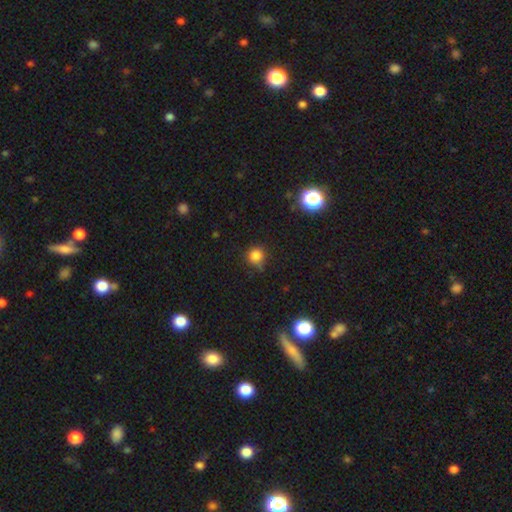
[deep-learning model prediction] A smooth galaxy with no disk features (81%) that is round (89%).

Vote fractions:
- Smooth or featured? smooth: 81% / star or artifact: 14% / featured or disk: 5%
- How rounded? round: 89% / in between: 10% / cigar-shaped: 1%
- Merging? none: 69% / minor disturbance: 23% / major disturbance: 5% / merger: 2%